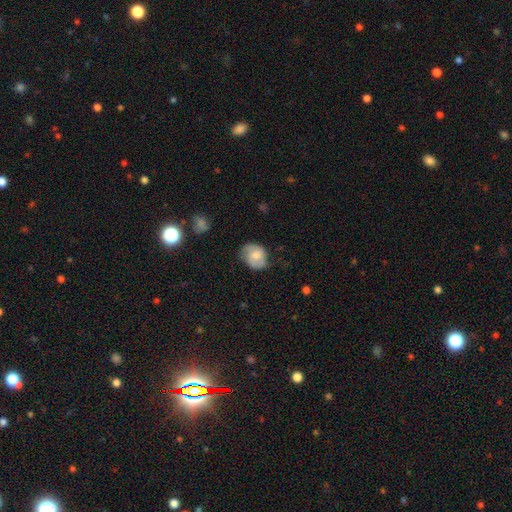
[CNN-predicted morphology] Smooth or featured? smooth (56%)
How rounded? round (53%)
Merging? none (60%)